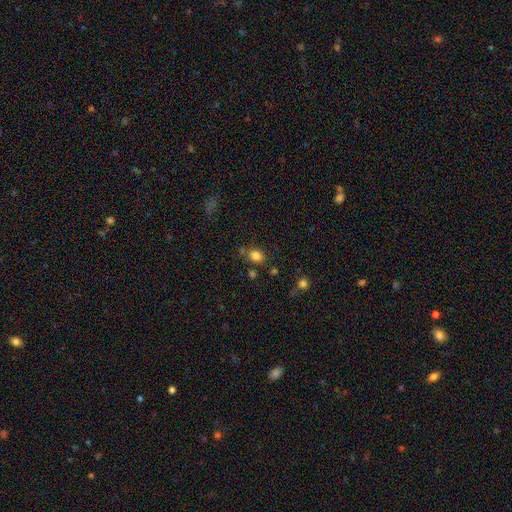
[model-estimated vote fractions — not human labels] Smooth or featured? Predicted: smooth (p=0.82). How rounded? Predicted: in between (p=0.51). Merging? Predicted: none (p=0.74).